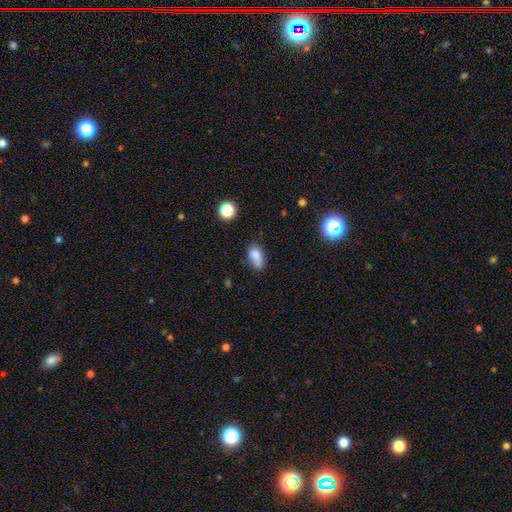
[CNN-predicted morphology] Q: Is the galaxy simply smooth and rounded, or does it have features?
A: smooth — 81%.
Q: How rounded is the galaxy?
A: in between — 87%.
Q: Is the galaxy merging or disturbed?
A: none — 55%.